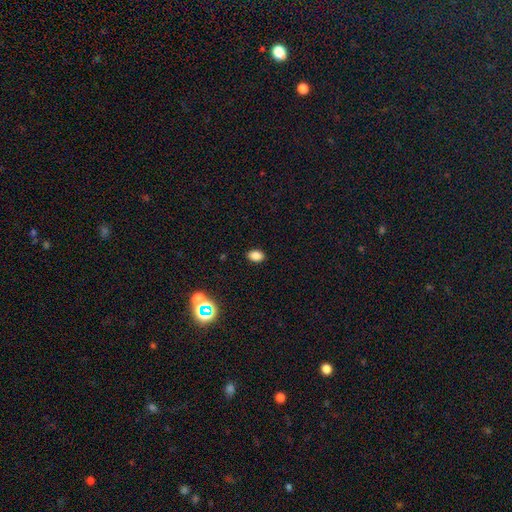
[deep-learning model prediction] A smooth galaxy with no disk features (83%) that is in between round and cigar-shaped (80%).

Vote fractions:
- Smooth or featured? smooth: 83% / star or artifact: 12% / featured or disk: 5%
- How rounded? in between: 80% / round: 19% / cigar-shaped: 1%
- Merging? none: 89% / minor disturbance: 8% / major disturbance: 2% / merger: 1%